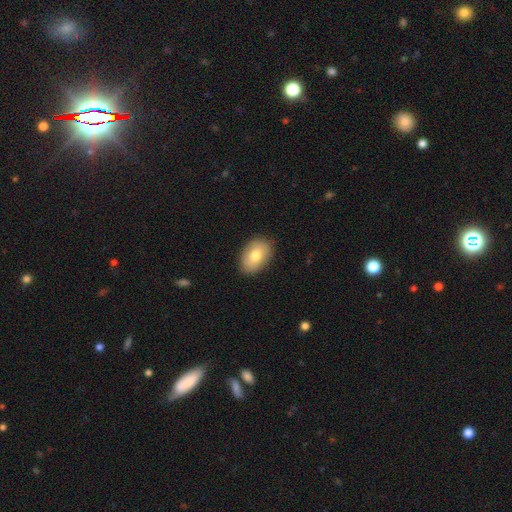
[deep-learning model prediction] Morphology: type=smooth (77%); roundness=in between (86%); merging=none (87%).